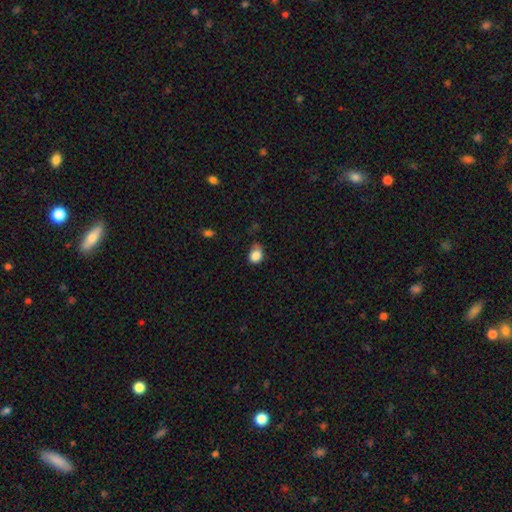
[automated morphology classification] smooth-or-featured: smooth: 85% | star or artifact: 9% | featured or disk: 5%
  how-rounded: in between: 51% | round: 48% | cigar-shaped: 1%
  merging: none: 51% | minor disturbance: 37% | major disturbance: 10% | merger: 2%